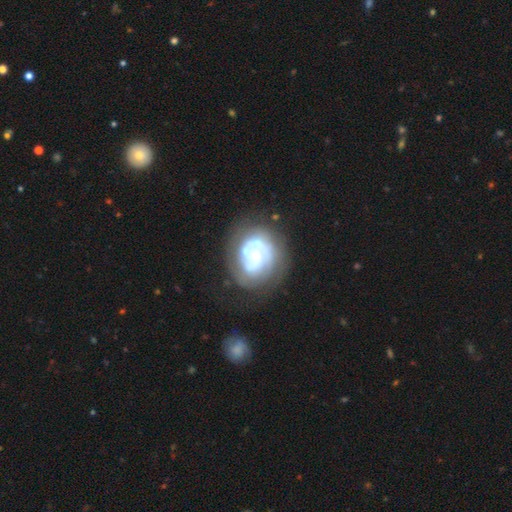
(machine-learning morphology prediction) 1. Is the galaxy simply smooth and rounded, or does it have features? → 70% featured or disk, 24% smooth, 7% star or artifact.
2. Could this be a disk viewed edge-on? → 98% no, 2% yes.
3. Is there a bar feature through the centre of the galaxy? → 86% no, 11% weak, 3% strong.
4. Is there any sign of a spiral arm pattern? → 52% yes, 48% no.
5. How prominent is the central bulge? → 53% small, 39% moderate, 4% large, 2% none, 2% dominant.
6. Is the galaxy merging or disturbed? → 56% none, 20% minor disturbance, 14% major disturbance, 10% merger.